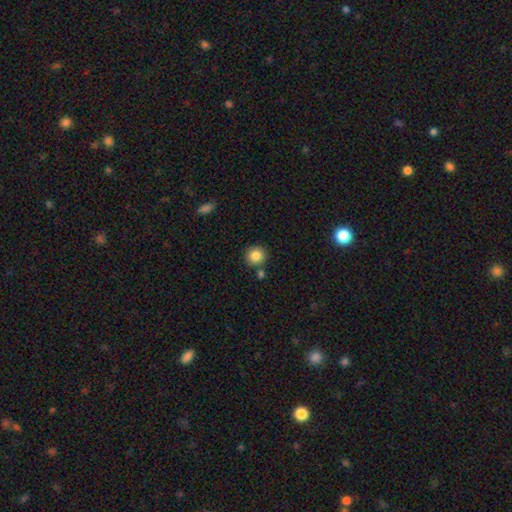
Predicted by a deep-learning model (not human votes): Morphology: type=smooth (85%); roundness=round (92%); merging=none (78%).